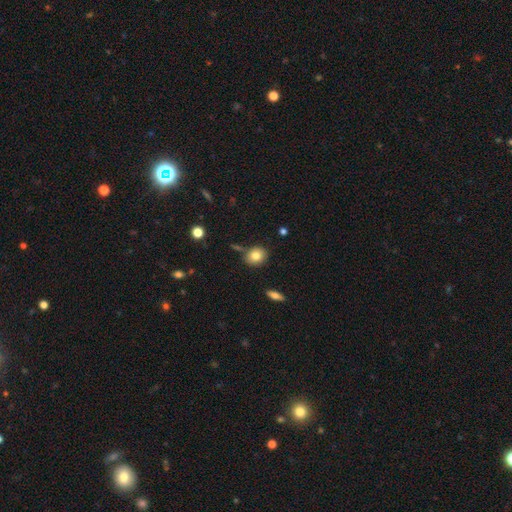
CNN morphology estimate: Smooth or featured: smooth — 80% (featured or disk — 10%)
How rounded: round — 69% (in between — 29%)
Merging: none — 76% (minor disturbance — 13%)